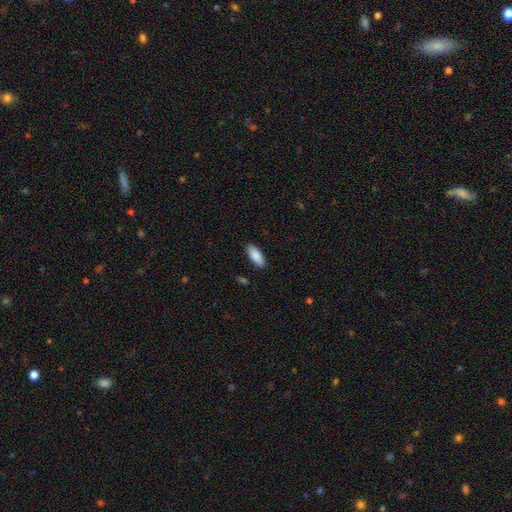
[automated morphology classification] Smooth or featured?
  - smooth: 90% *
  - star or artifact: 6%
  - featured or disk: 5%
How rounded?
  - in between: 83% *
  - cigar-shaped: 15%
  - round: 2%
Merging?
  - none: 89% *
  - minor disturbance: 8%
  - major disturbance: 2%
  - merger: 1%